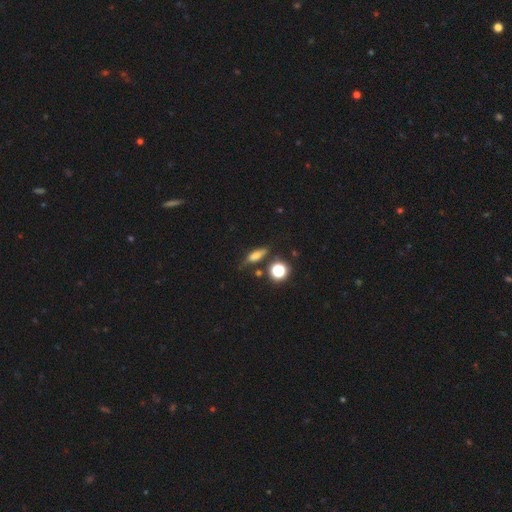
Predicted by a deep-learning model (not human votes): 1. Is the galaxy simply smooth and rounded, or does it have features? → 66% smooth, 19% featured or disk, 15% star or artifact.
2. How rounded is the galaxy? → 49% in between, 38% cigar-shaped, 13% round.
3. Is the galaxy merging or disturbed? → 67% none, 20% minor disturbance, 7% major disturbance, 6% merger.